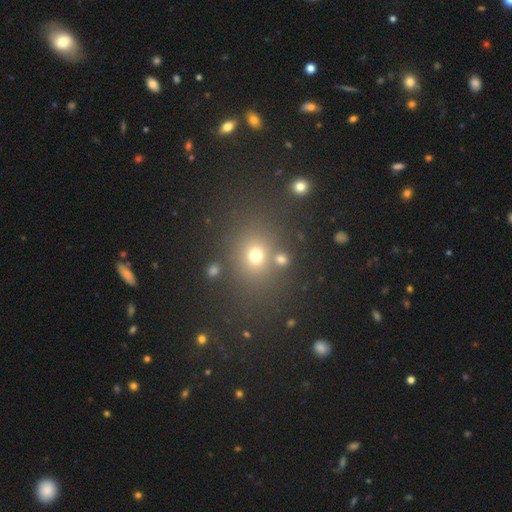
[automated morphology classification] This appears to be a smooth galaxy with no disk features (69%) that is round (62%). Merging: none (74%).